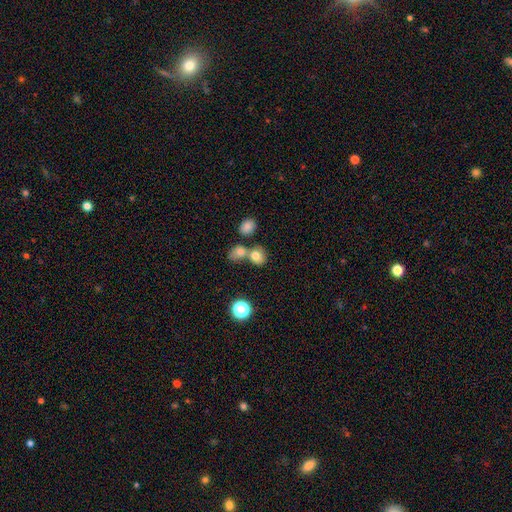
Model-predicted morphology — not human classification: Overall: smooth (77%). How rounded: round (61%; in between 37%). Merging: merger (47%; none 40%).